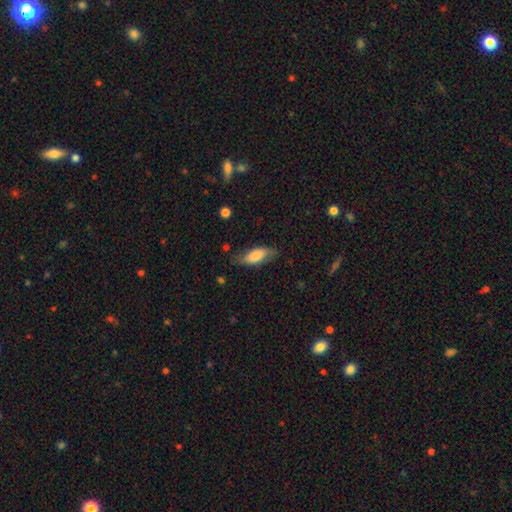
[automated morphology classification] A smooth galaxy with no disk features (73%) that is in between round and cigar-shaped (76%). Merging: none (71%).